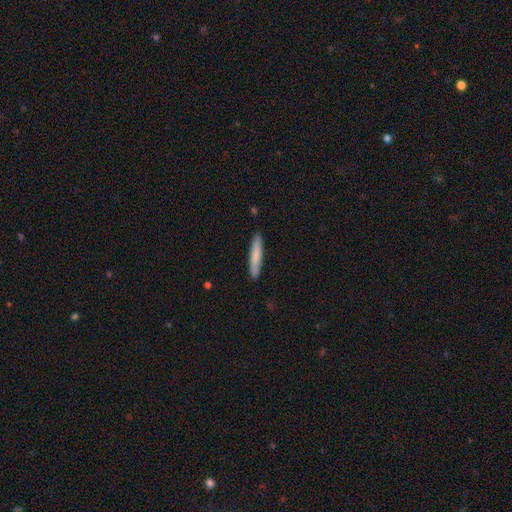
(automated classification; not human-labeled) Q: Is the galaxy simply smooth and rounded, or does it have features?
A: smooth — 78%.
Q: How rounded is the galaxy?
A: cigar-shaped — 92%.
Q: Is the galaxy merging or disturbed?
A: none — 89%.